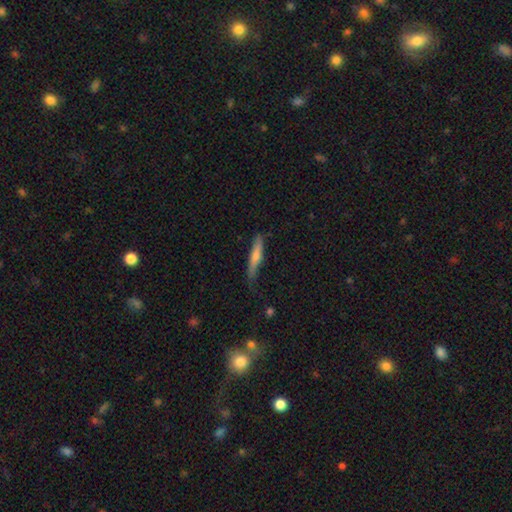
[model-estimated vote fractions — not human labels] Smooth or featured? smooth (55%)
How rounded? cigar-shaped (91%)
Merging? none (70%)